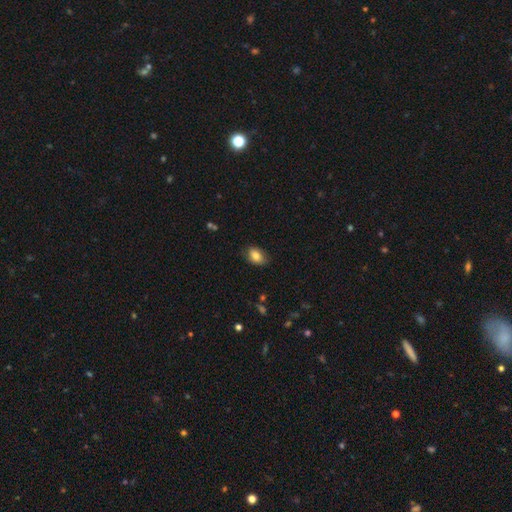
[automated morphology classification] smooth_or_featured: smooth (p=0.83) [alt: featured or disk p=0.08]
how_rounded: in between (p=0.84) [alt: round p=0.14]
merging: none (p=0.82) [alt: minor disturbance p=0.14]